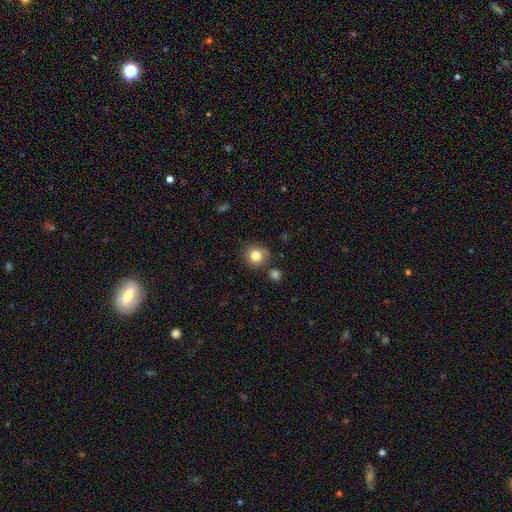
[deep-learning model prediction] smooth_or_featured: smooth (p=0.82) [alt: star or artifact p=0.11]
how_rounded: round (p=0.88) [alt: in between p=0.11]
merging: none (p=0.80) [alt: minor disturbance p=0.11]